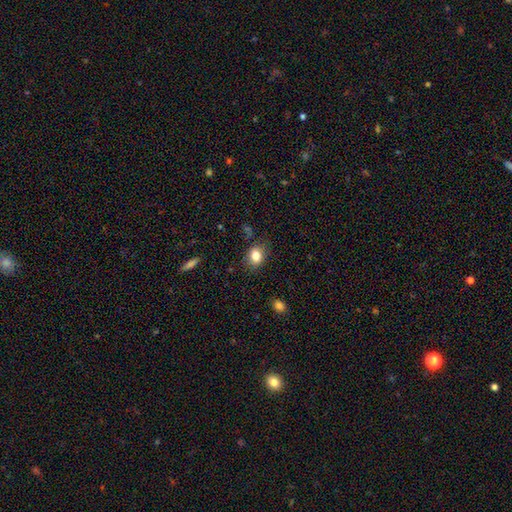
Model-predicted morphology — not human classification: Smooth or featured? smooth (82%)
How rounded? in between (53%)
Merging? none (80%)